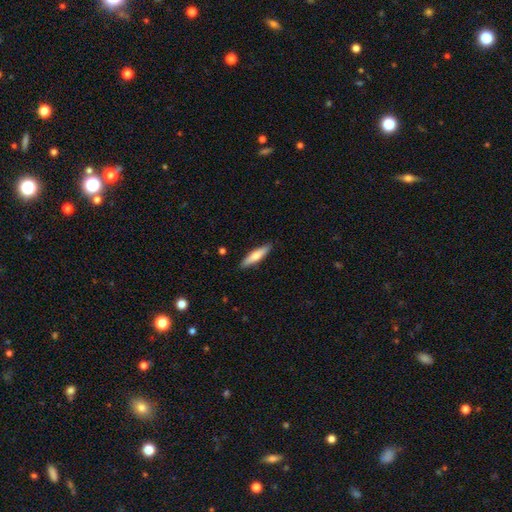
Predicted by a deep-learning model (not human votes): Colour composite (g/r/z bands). It shows a smooth galaxy with no disk features (61%) that is cigar-shaped (77%). Merging: none (89%).